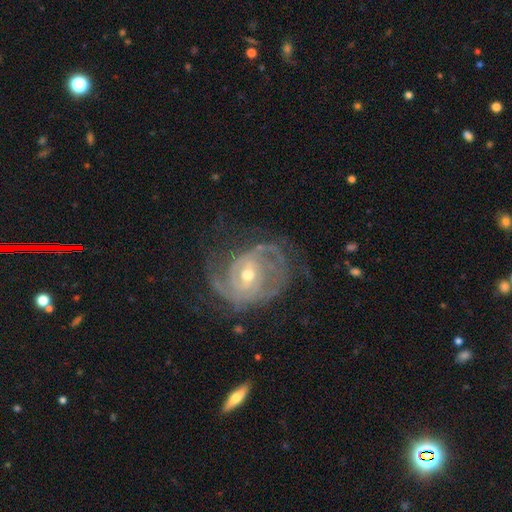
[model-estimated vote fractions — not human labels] Overall: featured or disk (78%). Edge-on disk: no (96%). Bar: no (47%; weak 37%). Spiral arms: yes (93%). Spiral arm count: can't tell (32%; 2 31%). Spiral winding: tight (58%; medium 32%). Bulge size: small (56%; moderate 40%). Merging: none (67%).